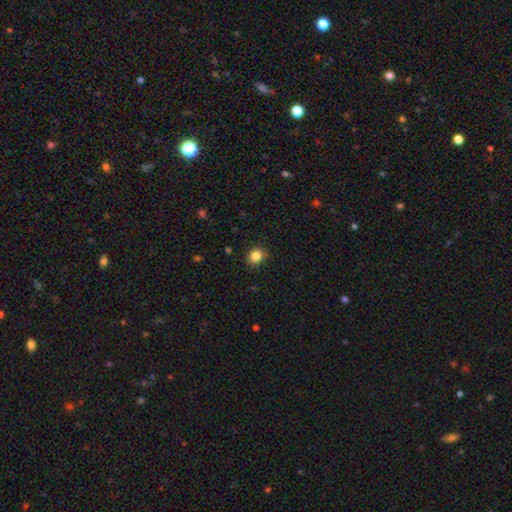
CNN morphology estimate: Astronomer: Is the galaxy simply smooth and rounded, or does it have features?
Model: smooth — 85%.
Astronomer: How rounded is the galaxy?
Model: round — 74%.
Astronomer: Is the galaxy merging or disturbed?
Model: none — 85%.